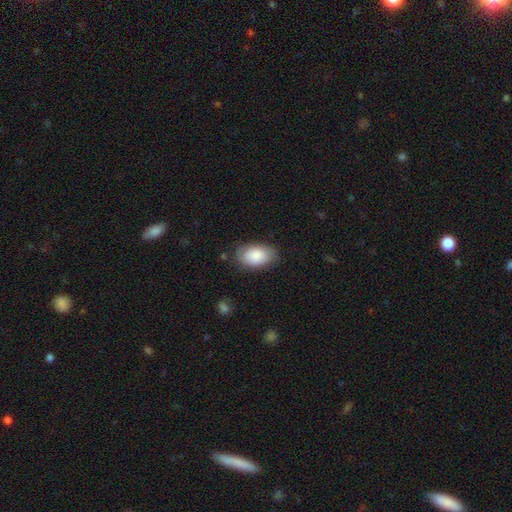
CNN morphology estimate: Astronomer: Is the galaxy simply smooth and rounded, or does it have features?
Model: smooth — 83%.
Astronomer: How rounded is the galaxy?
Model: in between — 91%.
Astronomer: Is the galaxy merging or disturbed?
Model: none — 76%.